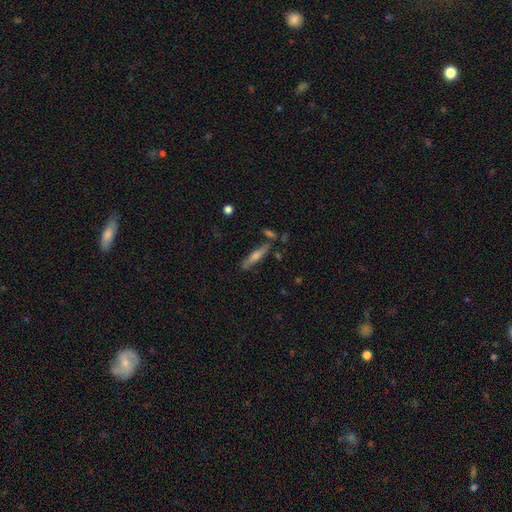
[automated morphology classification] smooth_or_featured: featured or disk (p=0.49) [alt: smooth p=0.42]
merging: none (p=0.74) [alt: minor disturbance p=0.14]